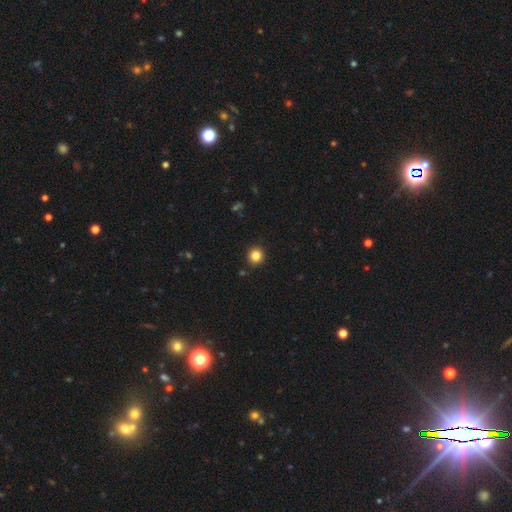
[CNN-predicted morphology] smooth 84%, star or artifact 11%, featured or disk 4%. Down the decision tree: how rounded — round (93%); merging — none (91%).